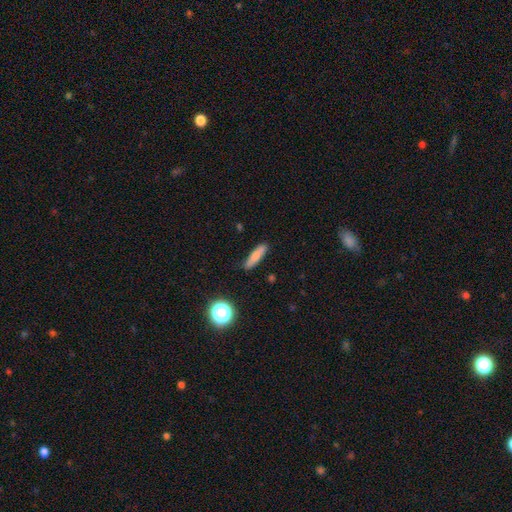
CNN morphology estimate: Smooth or featured?
  - smooth: 77% *
  - featured or disk: 15%
  - star or artifact: 9%
How rounded?
  - cigar-shaped: 76% *
  - in between: 20%
  - round: 3%
Merging?
  - none: 85% *
  - minor disturbance: 11%
  - major disturbance: 2%
  - merger: 2%